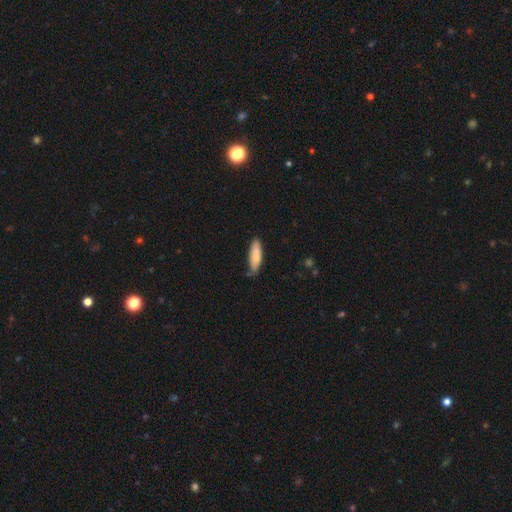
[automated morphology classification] The model was most divided on "how rounded": cigar-shaped: 51%, in between: 47%, round: 1%. More confident: smooth or featured — smooth (83%); merging — none (76%).